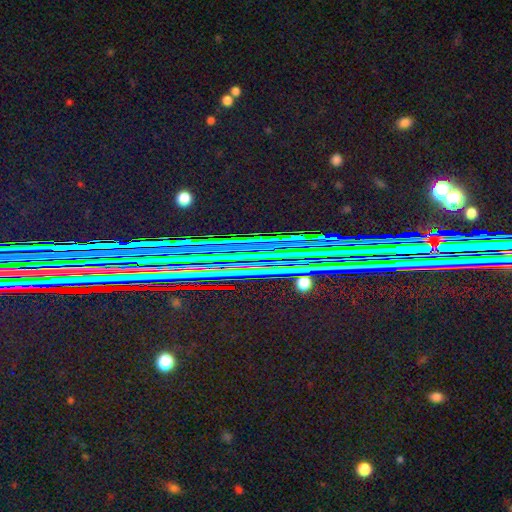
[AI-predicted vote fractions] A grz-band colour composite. It shows a star or artifact, not a galaxy (85%).